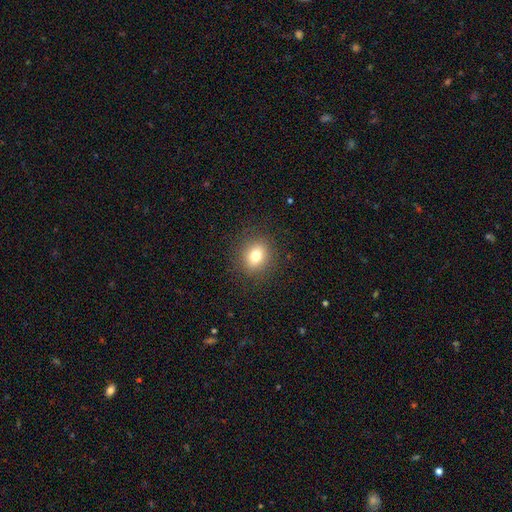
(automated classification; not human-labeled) smooth 77%, star or artifact 12%, featured or disk 11%. Down the decision tree: how rounded — round (70%); merging — none (89%).